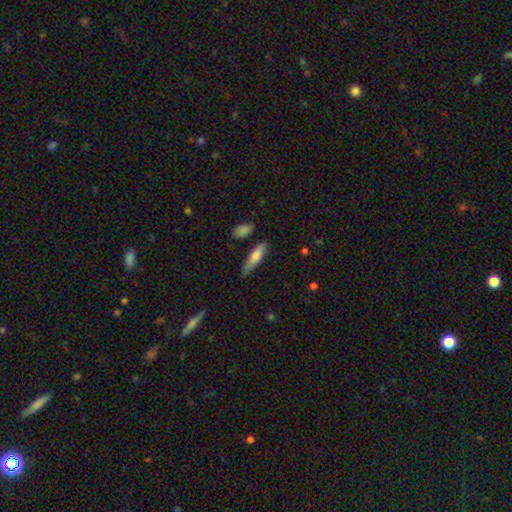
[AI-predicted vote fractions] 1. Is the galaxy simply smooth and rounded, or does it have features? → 74% smooth, 20% featured or disk, 6% star or artifact.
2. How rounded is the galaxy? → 59% cigar-shaped, 39% in between, 2% round.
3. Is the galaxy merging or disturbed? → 72% none, 21% minor disturbance, 4% major disturbance, 4% merger.